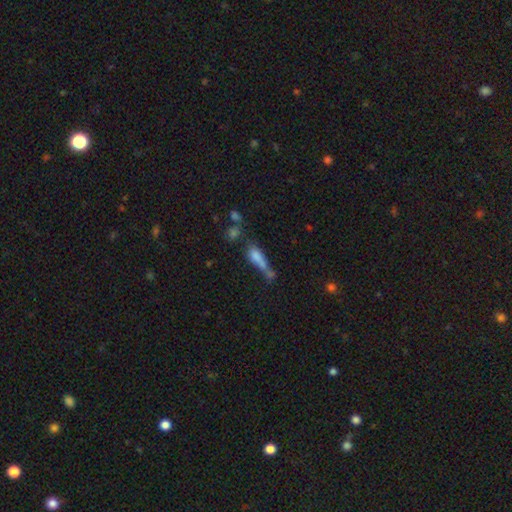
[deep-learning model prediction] This appears to be a smooth galaxy with no disk features (66%) that is cigar-shaped (48%). Merging: merger (34%).